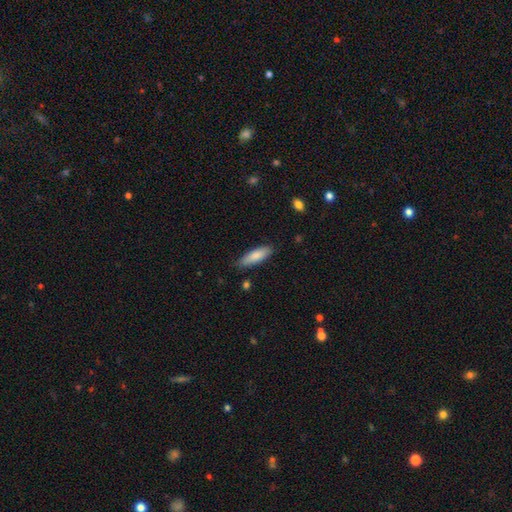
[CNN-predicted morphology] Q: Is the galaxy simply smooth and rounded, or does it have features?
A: smooth — 83%.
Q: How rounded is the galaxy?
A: in between — 50%.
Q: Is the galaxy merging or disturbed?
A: none — 84%.